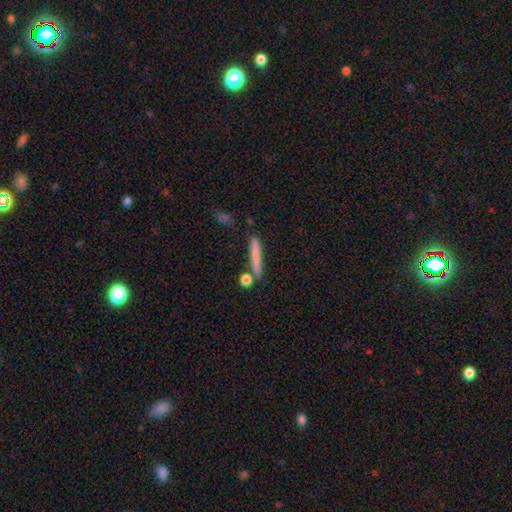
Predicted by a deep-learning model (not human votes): Q: Smooth or featured?
A: smooth (71%); runner-up: featured or disk (21%)
Q: How rounded?
A: cigar-shaped (91%); runner-up: in between (6%)
Q: Merging?
A: none (77%); runner-up: minor disturbance (11%)